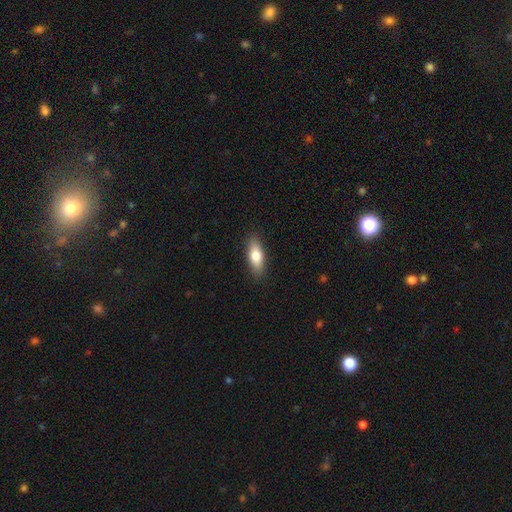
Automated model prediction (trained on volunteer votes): This appears to be a smooth galaxy with no disk features (73%) that is in between round and cigar-shaped (67%). Merging: none (88%).